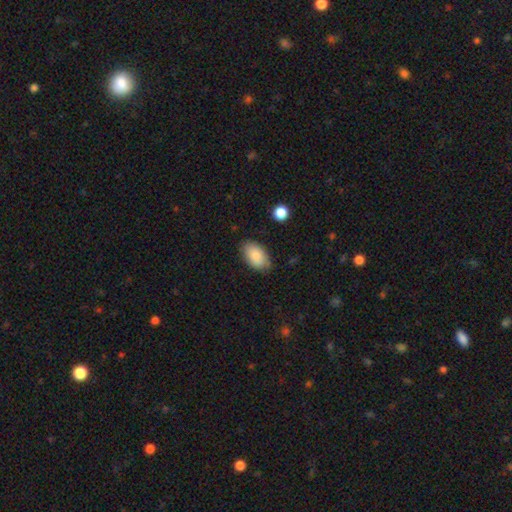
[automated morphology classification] A smooth galaxy with no disk features (86%) that is in between round and cigar-shaped (93%).

Vote fractions:
- Smooth or featured? smooth: 86% / featured or disk: 7% / star or artifact: 7%
- How rounded? in between: 93% / round: 5% / cigar-shaped: 1%
- Merging? none: 80% / minor disturbance: 15% / major disturbance: 3% / merger: 1%